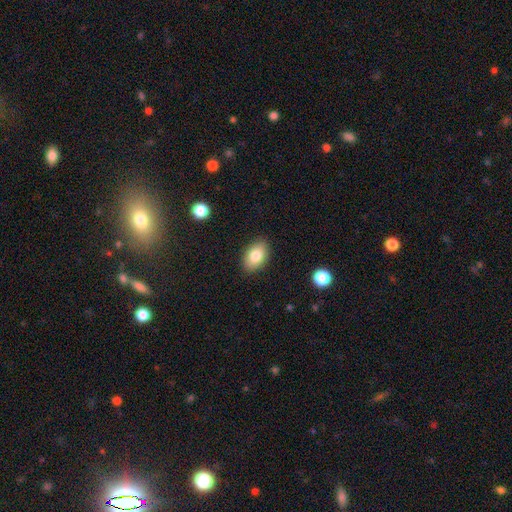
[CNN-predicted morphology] Smooth or featured?
  - smooth: 82% *
  - featured or disk: 10%
  - star or artifact: 8%
How rounded?
  - in between: 89% *
  - round: 9%
  - cigar-shaped: 1%
Merging?
  - none: 87% *
  - minor disturbance: 10%
  - major disturbance: 2%
  - merger: 1%